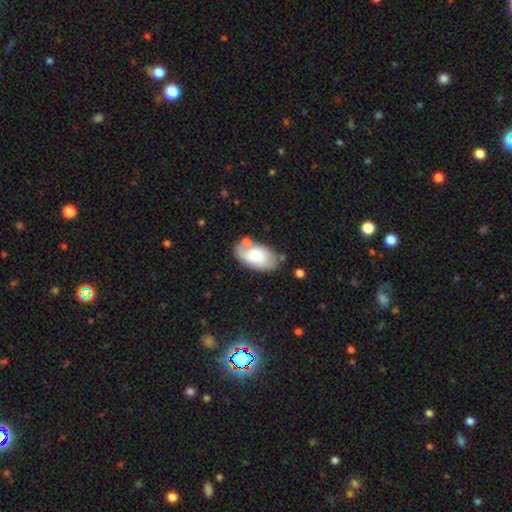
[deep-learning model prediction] Smooth or featured: smooth — 61% (featured or disk — 33%)
How rounded: in between — 94% (round — 5%)
Merging: none — 54% (minor disturbance — 24%)